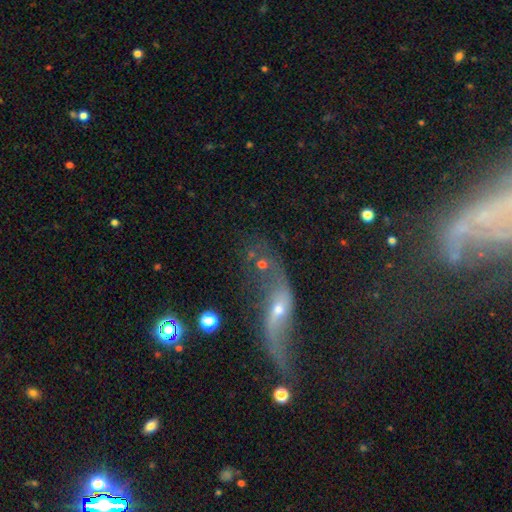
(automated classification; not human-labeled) Smooth or featured? featured or disk (71%)
Edge-on disk? no (85%)
Bar? no (55%)
Spiral arms? yes (73%)
Bulge size? small (61%)
Merging? none (39%)